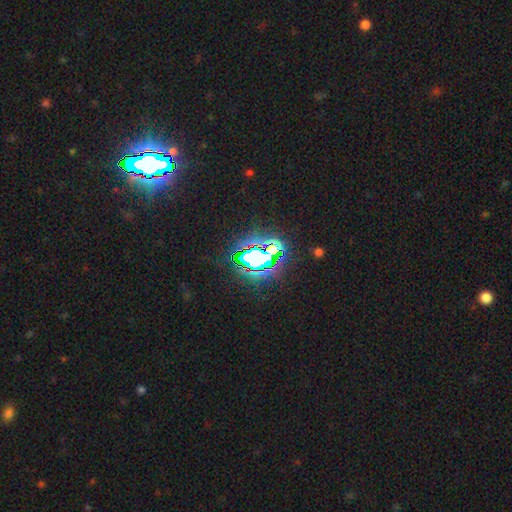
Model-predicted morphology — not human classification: A star or artifact, not a galaxy (72%).

Vote fractions:
- Smooth or featured? star or artifact: 72% / smooth: 16% / featured or disk: 12%